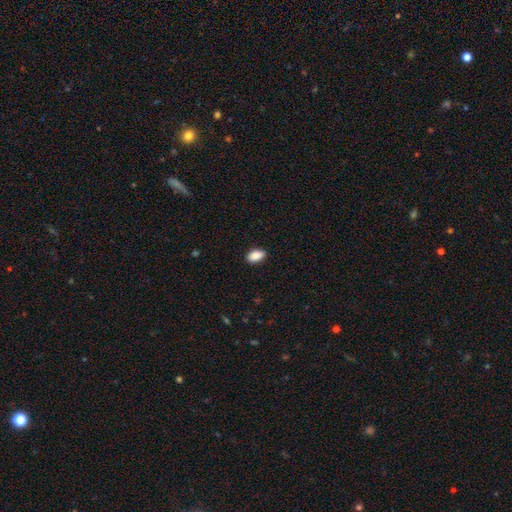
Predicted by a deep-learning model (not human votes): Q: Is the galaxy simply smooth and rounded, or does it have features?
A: smooth — 88%.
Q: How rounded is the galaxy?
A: in between — 92%.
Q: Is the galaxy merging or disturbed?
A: none — 88%.